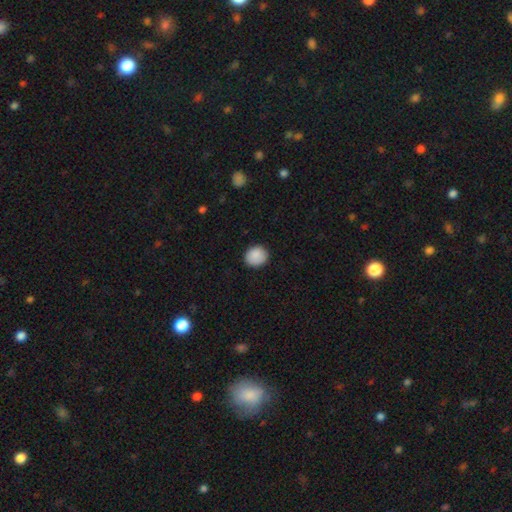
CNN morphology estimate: Smooth or featured: smooth — 89% (star or artifact — 8%)
How rounded: round — 76% (in between — 23%)
Merging: none — 88% (minor disturbance — 9%)